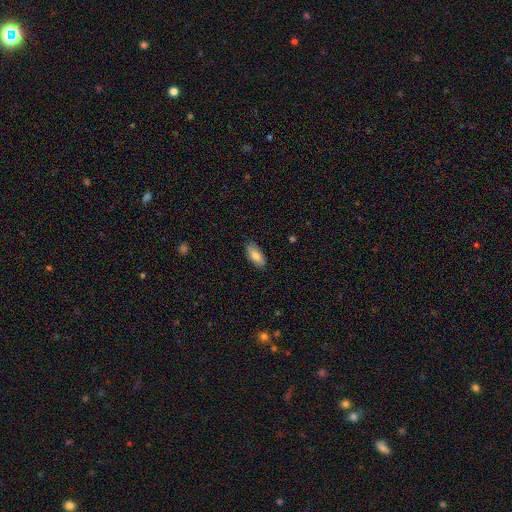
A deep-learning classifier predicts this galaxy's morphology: smooth-or-featured: smooth: 82% | featured or disk: 12% | star or artifact: 6%
  how-rounded: in between: 81% | cigar-shaped: 17% | round: 2%
  merging: none: 82% | minor disturbance: 14% | major disturbance: 2% | merger: 1%